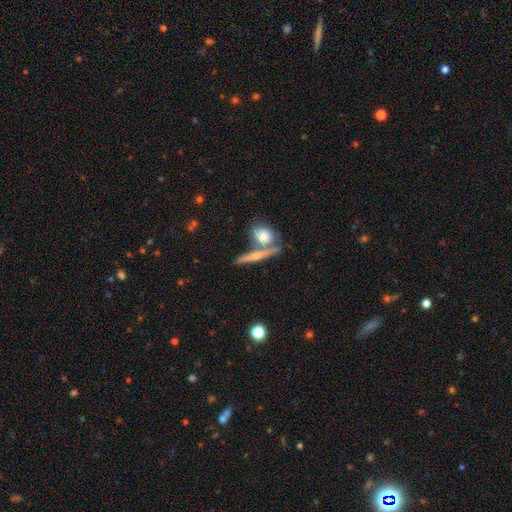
smooth_or_featured: featured or disk (p=0.56) [alt: smooth p=0.41]
disk_edge_on: yes (p=0.82) [alt: no p=0.18]
edge_on_bulge: rounded (p=0.72) [alt: none p=0.22]
merging: none (p=0.47) [alt: merger p=0.34]